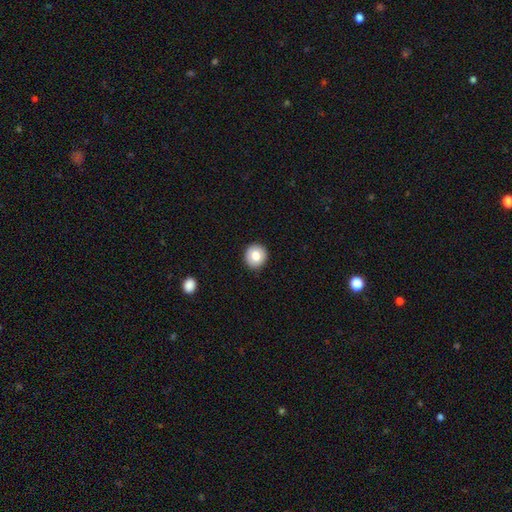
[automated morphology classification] type=smooth (77%); roundness=round (92%); merging=none (92%).